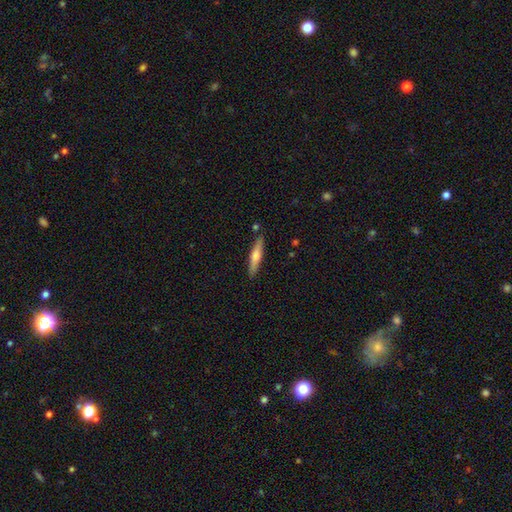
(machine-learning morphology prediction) This appears to be a smooth galaxy with no disk features (55%) that is cigar-shaped (87%). Merging: none (87%).